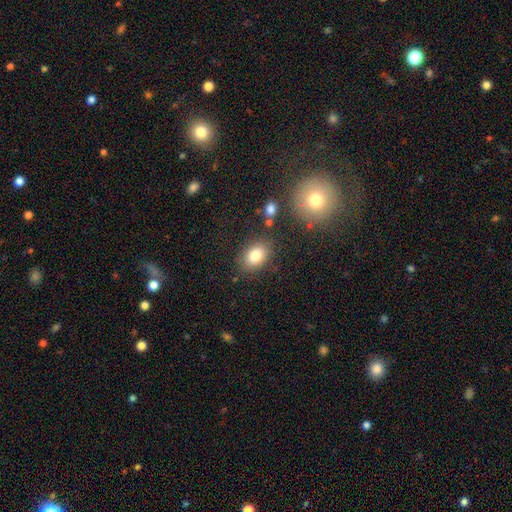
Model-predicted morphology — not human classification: This appears to be a smooth galaxy with no disk features (82%) that is in between round and cigar-shaped (77%). Merging: none (80%).